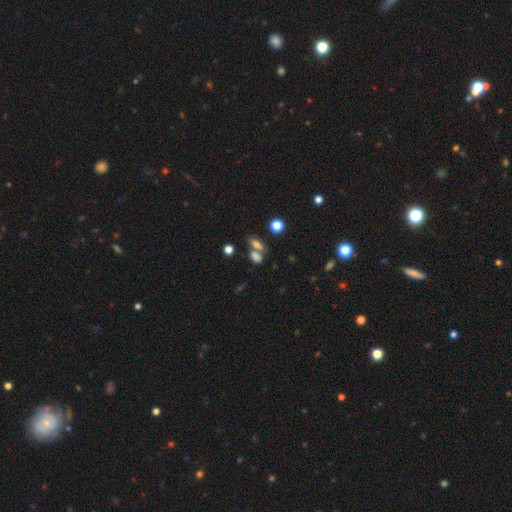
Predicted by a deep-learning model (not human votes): Morphology: type=smooth (74%); roundness=in between (76%); merging=merger (43%).